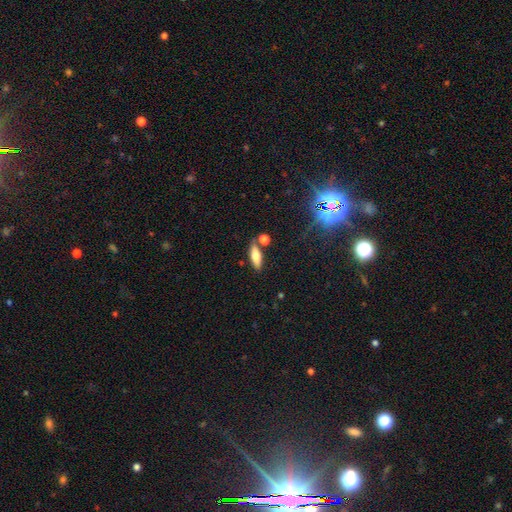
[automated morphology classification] Q: Smooth or featured?
A: smooth (68%); runner-up: featured or disk (23%)
Q: How rounded?
A: in between (57%); runner-up: cigar-shaped (40%)
Q: Merging?
A: none (74%); runner-up: minor disturbance (12%)